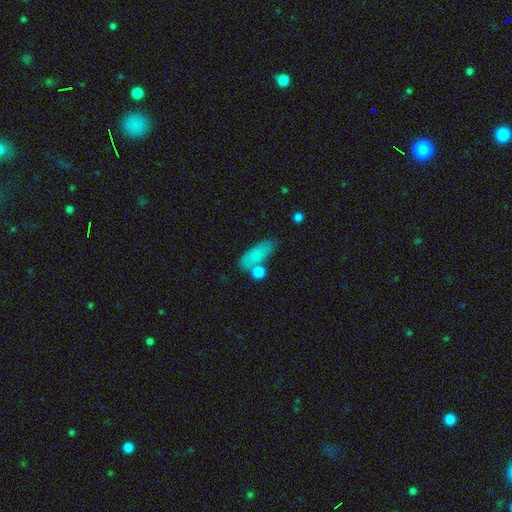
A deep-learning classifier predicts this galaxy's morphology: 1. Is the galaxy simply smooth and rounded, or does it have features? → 79% smooth, 13% featured or disk, 8% star or artifact.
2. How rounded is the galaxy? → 74% in between, 19% cigar-shaped, 7% round.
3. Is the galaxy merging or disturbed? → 56% none, 18% merger, 18% minor disturbance, 7% major disturbance.